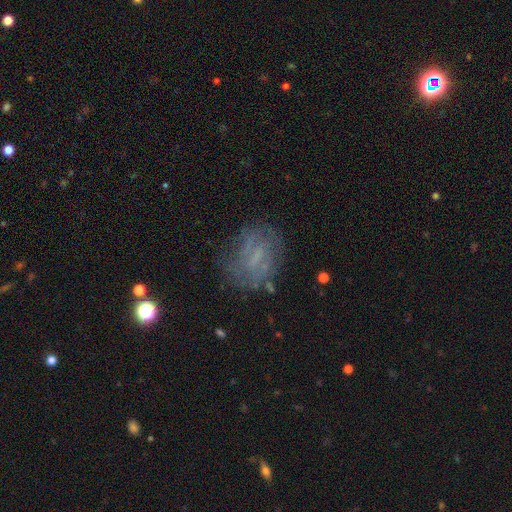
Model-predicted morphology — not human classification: type=featured or disk (47%); merging=none (69%).